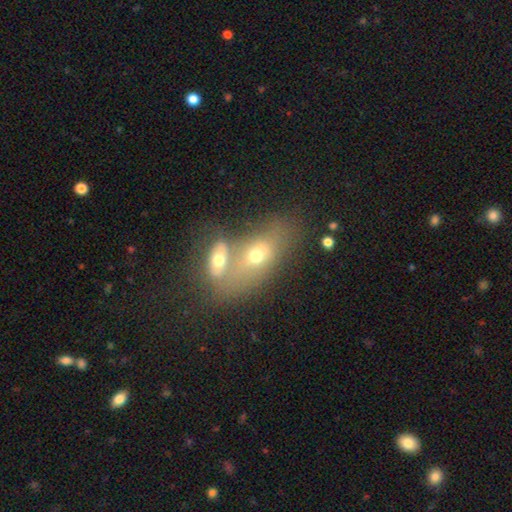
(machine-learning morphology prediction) A smooth galaxy with no disk features (58%) that is in between round and cigar-shaped (76%).

Vote fractions:
- Smooth or featured? smooth: 58% / featured or disk: 31% / star or artifact: 11%
- How rounded? in between: 76% / round: 17% / cigar-shaped: 7%
- Merging? merger: 63% / none: 22% / minor disturbance: 8% / major disturbance: 7%